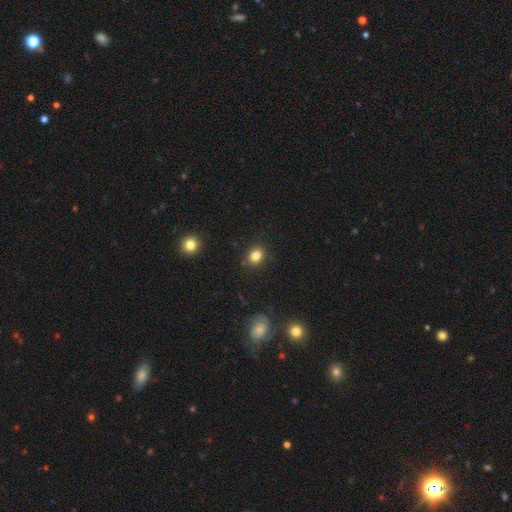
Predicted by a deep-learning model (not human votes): This is clearly a smooth galaxy (83%). How rounded: possibly round (60%). Merging: clearly none (86%).